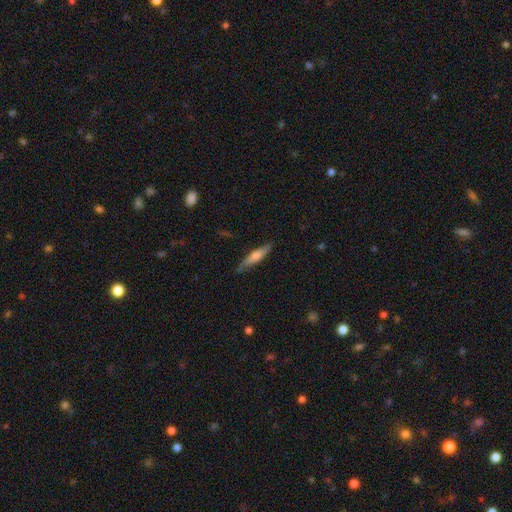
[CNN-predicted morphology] This appears to be a smooth galaxy with no disk features (60%) that is cigar-shaped (82%). Merging: none (81%).